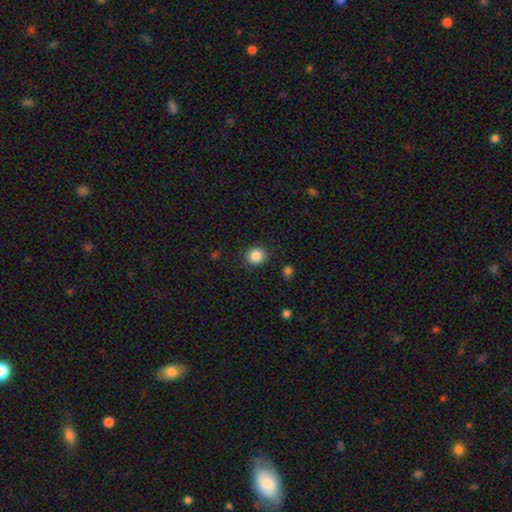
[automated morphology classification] Overall: smooth (86%). How rounded: round (74%). Merging: none (88%).